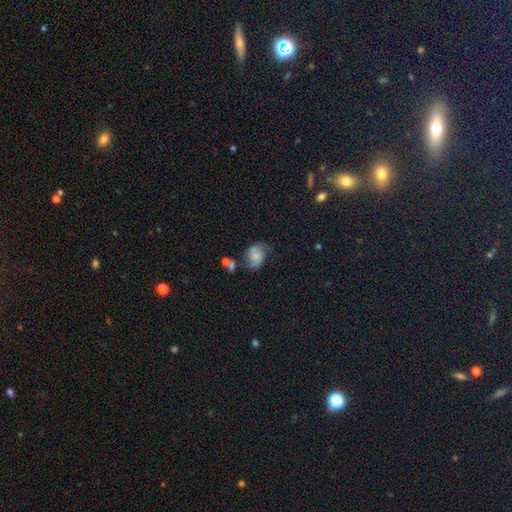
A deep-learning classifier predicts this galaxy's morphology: featured or disk 53%, smooth 37%, star or artifact 11%. Down the decision tree: edge-on disk — no (97%); bar — no (68%); spiral arms — yes (86%); bulge size — small (34%); merging — none (45%).